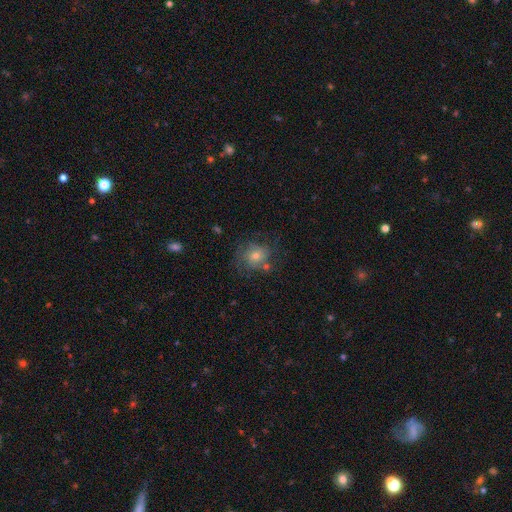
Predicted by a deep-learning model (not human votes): smooth-or-featured: smooth: 48% | featured or disk: 37% | star or artifact: 16%
  merging: none: 64% | minor disturbance: 19% | major disturbance: 12% | merger: 6%